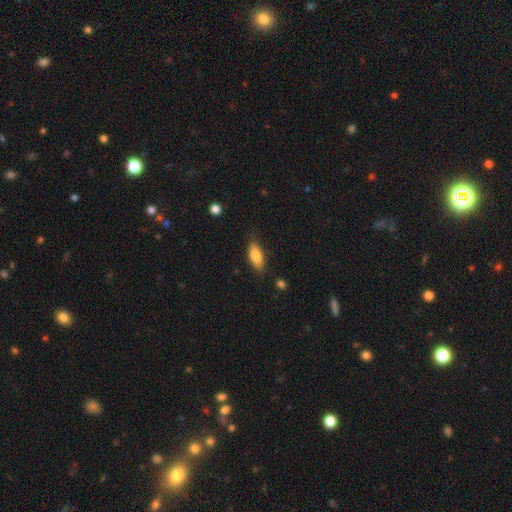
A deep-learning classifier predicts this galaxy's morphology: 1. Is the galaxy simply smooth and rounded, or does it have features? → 75% smooth, 19% featured or disk, 7% star or artifact.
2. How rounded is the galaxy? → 73% in between, 24% cigar-shaped, 3% round.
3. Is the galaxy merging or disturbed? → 82% none, 14% minor disturbance, 3% major disturbance, 2% merger.